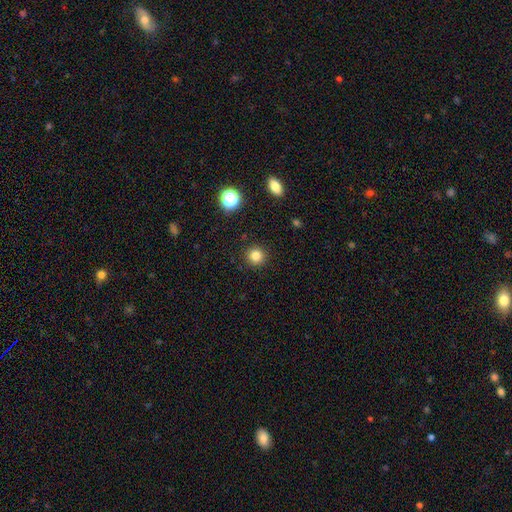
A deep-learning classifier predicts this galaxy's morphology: A smooth galaxy with no disk features (82%) that is round (94%). Merging: none (92%).